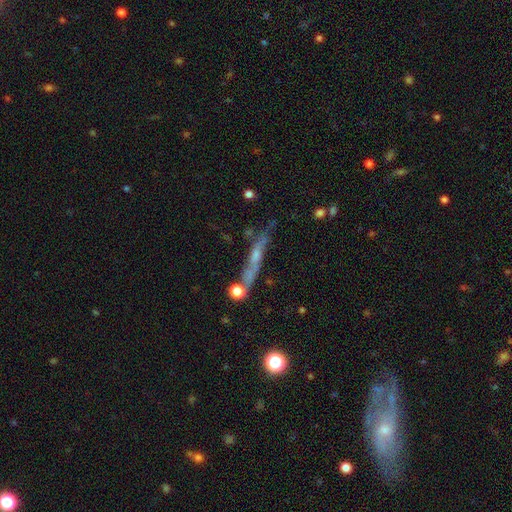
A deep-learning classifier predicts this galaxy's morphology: Smooth or featured? Predicted: featured or disk (p=0.59). Edge-on disk? Predicted: yes (p=0.80). Merging? Predicted: none (p=0.63).